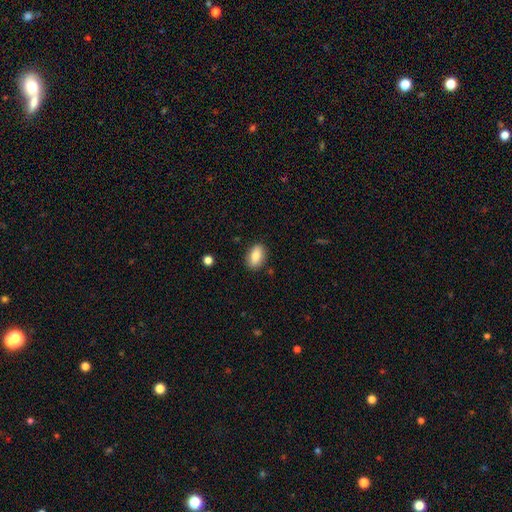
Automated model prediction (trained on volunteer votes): A smooth galaxy with no disk features (81%) that is in between round and cigar-shaped (88%).

Vote fractions:
- Smooth or featured? smooth: 81% / featured or disk: 11% / star or artifact: 7%
- How rounded? in between: 88% / round: 9% / cigar-shaped: 3%
- Merging? none: 86% / minor disturbance: 10% / major disturbance: 2% / merger: 1%